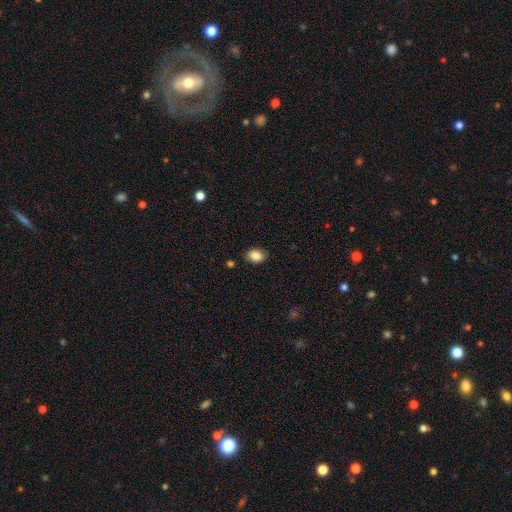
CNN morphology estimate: Smooth or featured: smooth — 87% (star or artifact — 8%)
How rounded: in between — 77% (round — 22%)
Merging: none — 85% (minor disturbance — 11%)